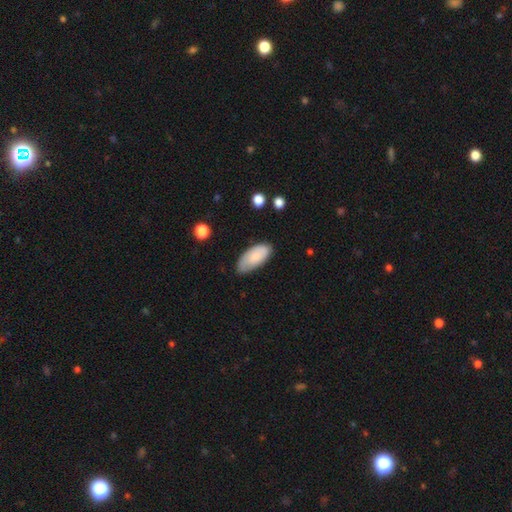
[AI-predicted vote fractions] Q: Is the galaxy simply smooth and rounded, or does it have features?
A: smooth — 80%.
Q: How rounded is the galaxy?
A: in between — 92%.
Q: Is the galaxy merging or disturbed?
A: none — 71%.